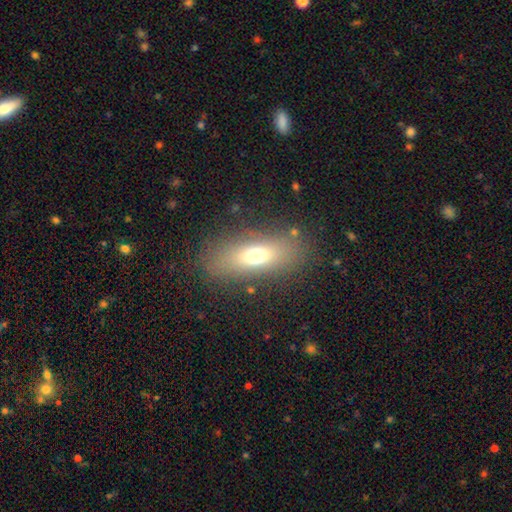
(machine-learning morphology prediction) The model was most divided on "smooth or featured": smooth: 67%, featured or disk: 22%, star or artifact: 11%. More confident: merging — none (82%); how rounded — in between (71%).